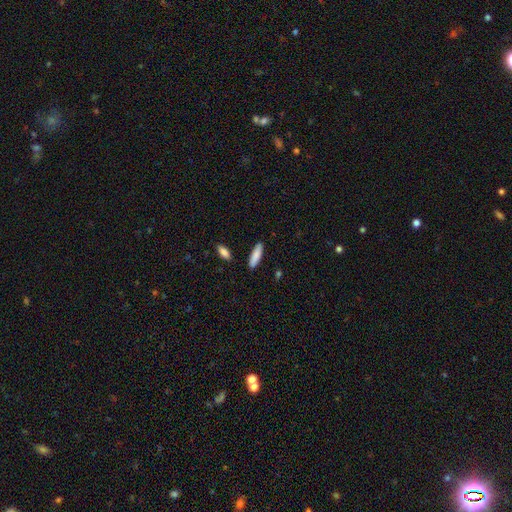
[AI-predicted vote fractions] smooth-or-featured: smooth: 86% | featured or disk: 9% | star or artifact: 5%
  how-rounded: cigar-shaped: 65% | in between: 34% | round: 2%
  merging: none: 87% | minor disturbance: 9% | merger: 2% | major disturbance: 2%